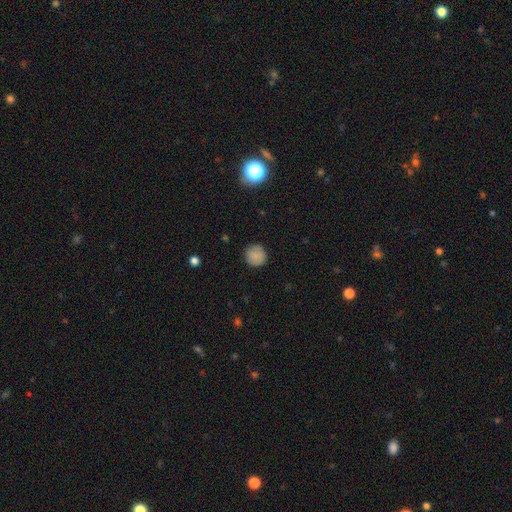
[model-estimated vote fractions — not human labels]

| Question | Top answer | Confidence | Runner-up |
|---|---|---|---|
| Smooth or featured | smooth | 85% | star or artifact (9%) |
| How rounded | round | 94% | in between (5%) |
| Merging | none | 88% | minor disturbance (9%) |